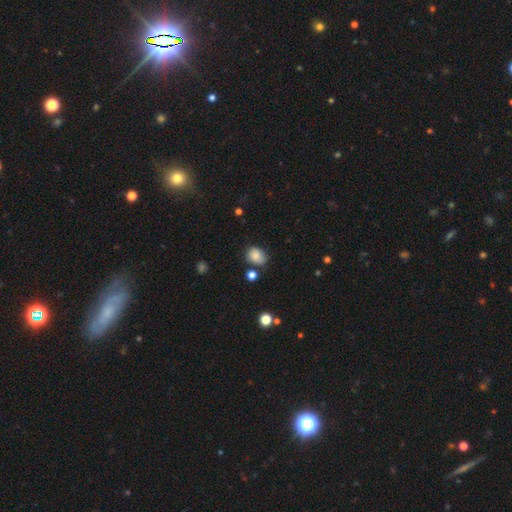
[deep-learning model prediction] This appears to be a smooth galaxy with no disk features (78%) that is round (52%). Merging: none (65%).